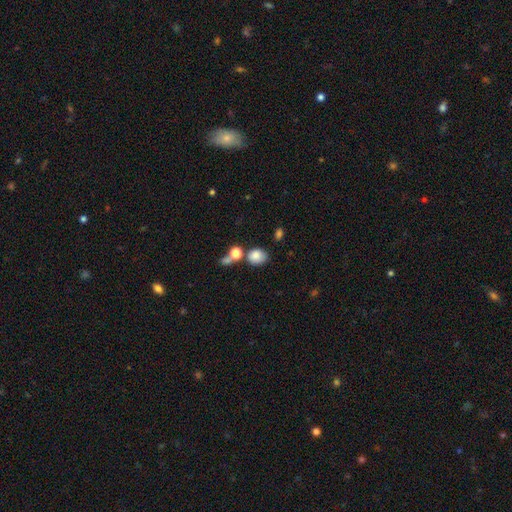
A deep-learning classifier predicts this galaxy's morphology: The model was most divided on "how rounded": round: 53%, in between: 45%, cigar-shaped: 2%. Remaining: smooth or featured — smooth (81%); merging — none (48%).